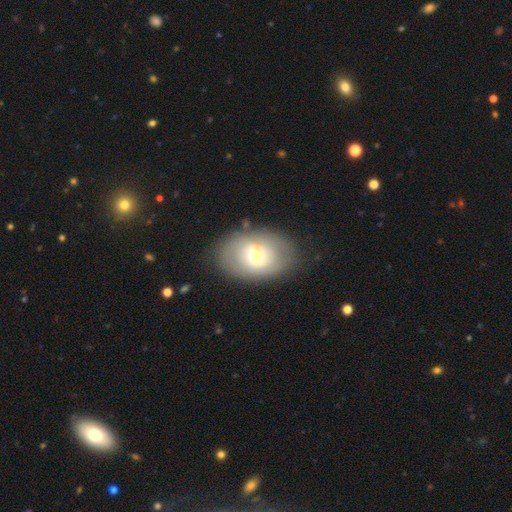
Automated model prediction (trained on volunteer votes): Overall: smooth (51%; featured or disk 41%). How rounded: in between (81%). Merging: none (78%).